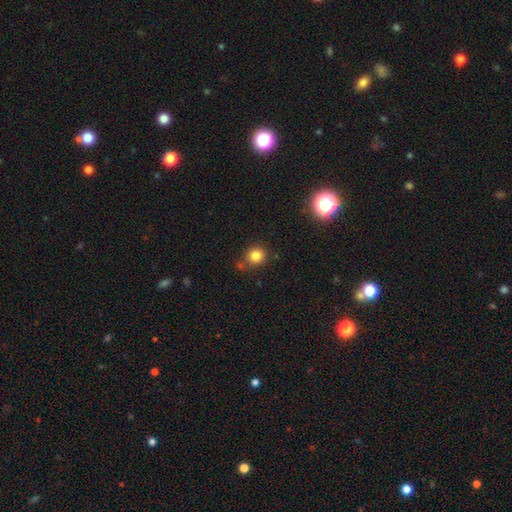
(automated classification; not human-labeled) Q: Smooth or featured?
A: smooth (82%); runner-up: star or artifact (13%)
Q: How rounded?
A: round (88%); runner-up: in between (11%)
Q: Merging?
A: none (76%); runner-up: minor disturbance (12%)